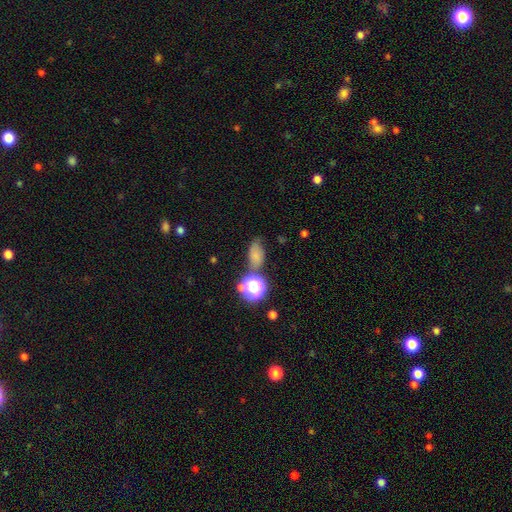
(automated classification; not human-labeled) Smooth or featured?
  - smooth: 67% *
  - star or artifact: 20%
  - featured or disk: 13%
How rounded?
  - in between: 79% *
  - round: 18%
  - cigar-shaped: 4%
Merging?
  - none: 54% *
  - minor disturbance: 24%
  - merger: 12%
  - major disturbance: 9%